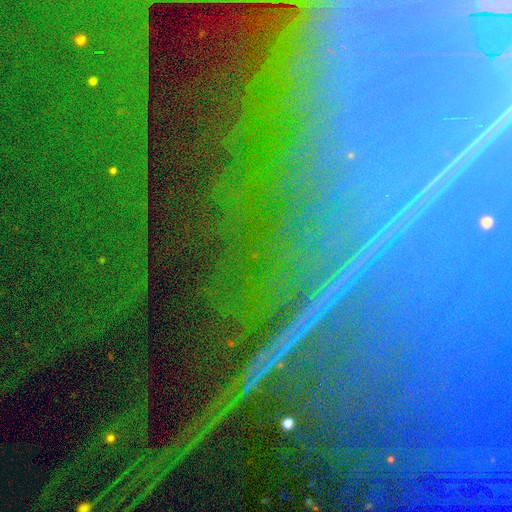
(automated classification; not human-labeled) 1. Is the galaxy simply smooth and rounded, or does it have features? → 87% star or artifact, 8% featured or disk, 6% smooth.